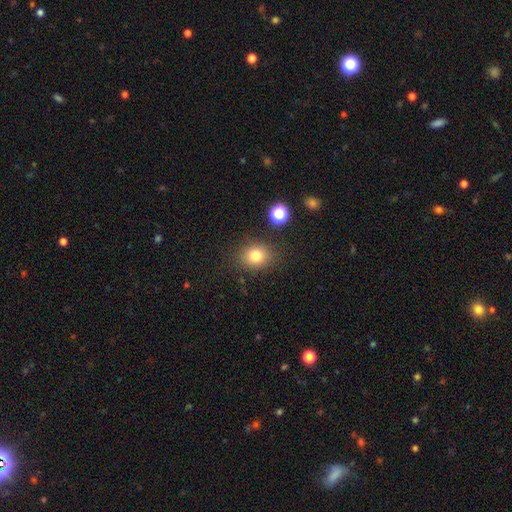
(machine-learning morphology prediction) smooth-or-featured: smooth: 79% | star or artifact: 13% | featured or disk: 8%
  how-rounded: round: 64% | in between: 35% | cigar-shaped: 1%
  merging: none: 82% | minor disturbance: 11% | major disturbance: 4% | merger: 3%